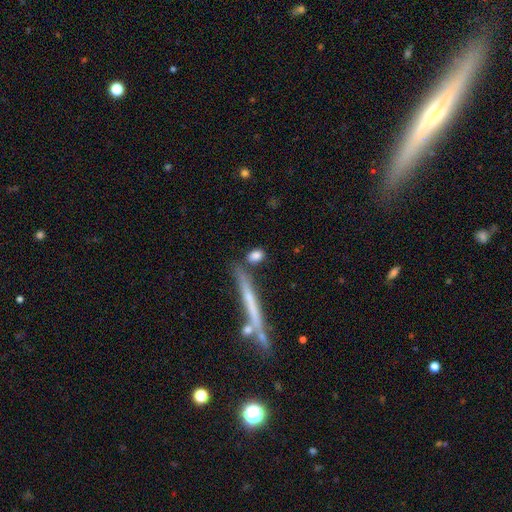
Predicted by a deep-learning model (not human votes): The model was most divided on "how rounded": in between: 60%, cigar-shaped: 23%, round: 17%. More confident: smooth or featured — smooth (79%); merging — none (67%).